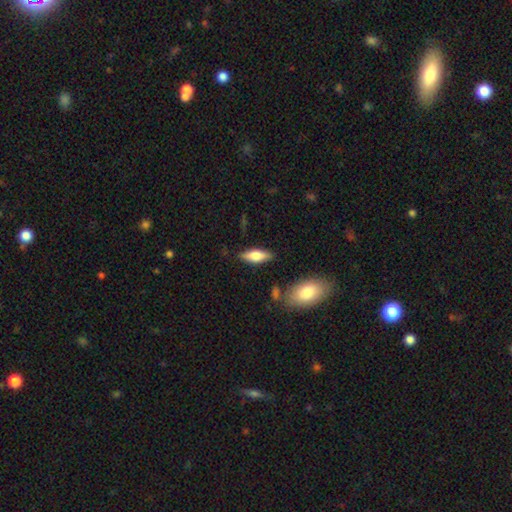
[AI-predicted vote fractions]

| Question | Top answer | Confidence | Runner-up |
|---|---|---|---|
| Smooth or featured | smooth | 62% | featured or disk (31%) |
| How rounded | in between | 64% | cigar-shaped (33%) |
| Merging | none | 83% | minor disturbance (11%) |